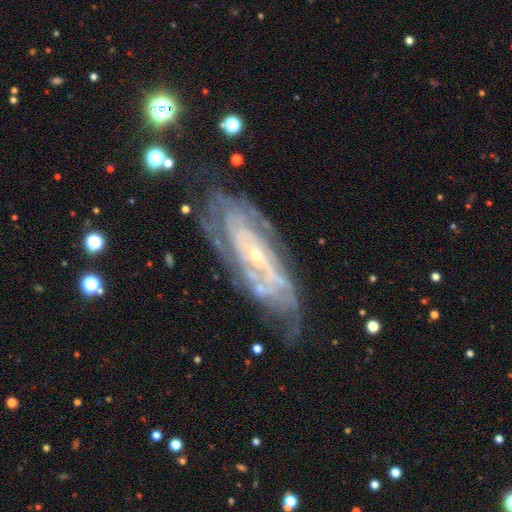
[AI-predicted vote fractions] Q: Smooth or featured?
A: featured or disk (86%); runner-up: smooth (7%)
Q: Edge-on disk?
A: no (86%); runner-up: yes (14%)
Q: Bar?
A: no (59%); runner-up: weak (26%)
Q: Spiral arms?
A: yes (94%); runner-up: no (6%)
Q: Spiral winding?
A: tight (70%); runner-up: medium (24%)
Q: Spiral arm count?
A: can't tell (42%); runner-up: 2 (18%)
Q: Bulge size?
A: small (81%); runner-up: moderate (15%)
Q: Merging?
A: none (70%); runner-up: minor disturbance (20%)